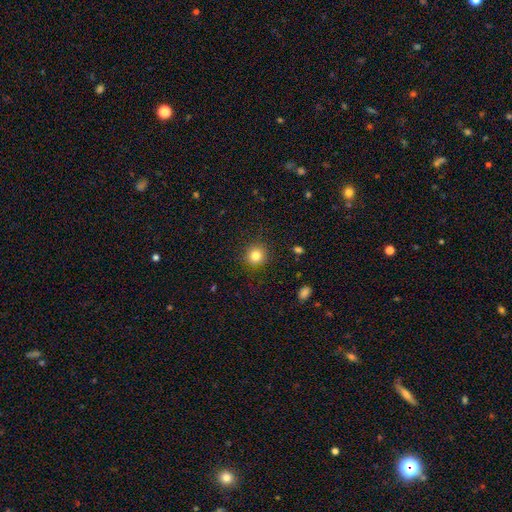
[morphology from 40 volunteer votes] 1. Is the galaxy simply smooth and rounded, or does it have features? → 80% smooth, 15% featured or disk, 5% star or artifact.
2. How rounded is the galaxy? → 100% round, 0% in between, 0% cigar-shaped.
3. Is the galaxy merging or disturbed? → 82% none, 11% minor disturbance, 5% major disturbance, 3% merger.